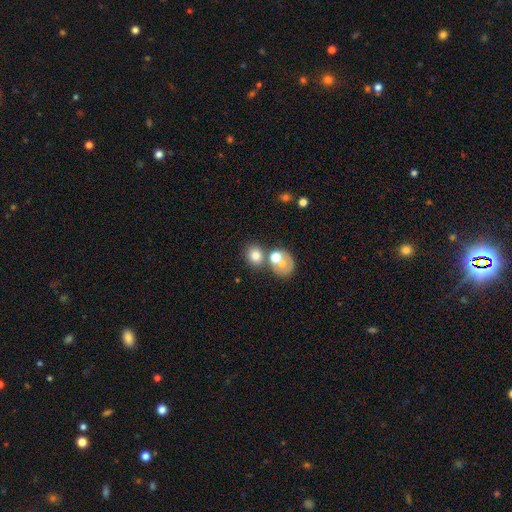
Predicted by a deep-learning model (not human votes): Morphology: type=smooth (72%); roundness=round (68%); merging=none (51%).